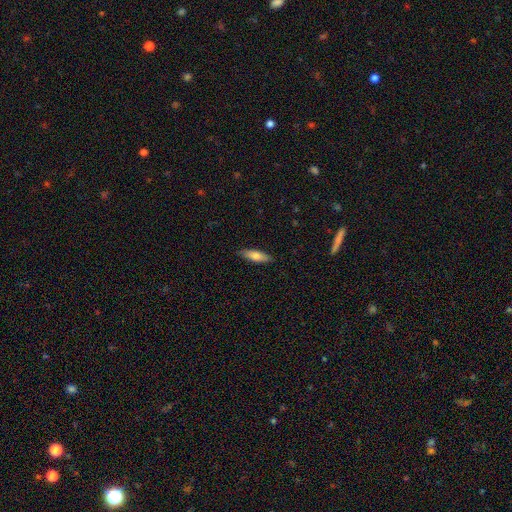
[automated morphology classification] smooth 75%, featured or disk 19%, star or artifact 6%. Down the decision tree: how rounded — cigar-shaped (51%); merging — none (87%).